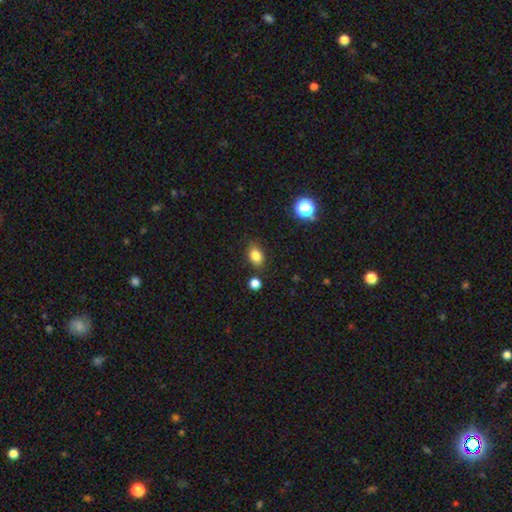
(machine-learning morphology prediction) smooth-or-featured: smooth: 83% | star or artifact: 11% | featured or disk: 7%
  how-rounded: in between: 77% | round: 22% | cigar-shaped: 2%
  merging: none: 79% | minor disturbance: 13% | merger: 4% | major disturbance: 3%